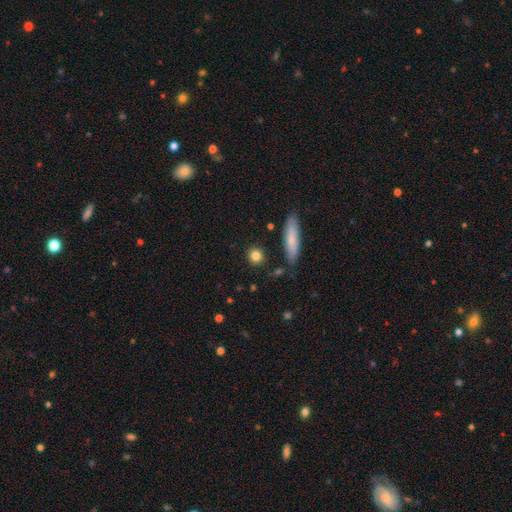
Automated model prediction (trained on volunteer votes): Smooth or featured?
  - smooth: 83% *
  - star or artifact: 9%
  - featured or disk: 8%
How rounded?
  - round: 77% *
  - in between: 16%
  - cigar-shaped: 8%
Merging?
  - none: 87% *
  - minor disturbance: 8%
  - merger: 3%
  - major disturbance: 2%